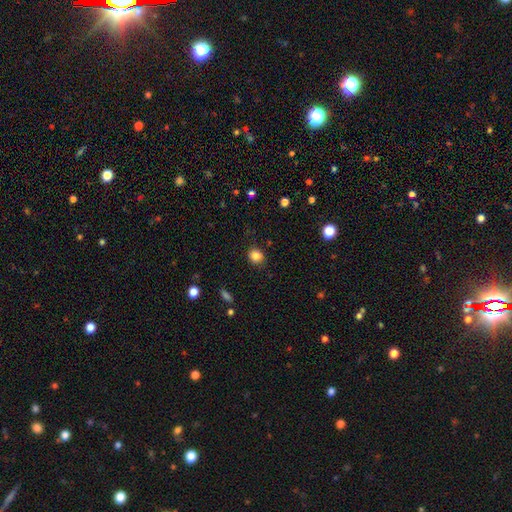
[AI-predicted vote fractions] This appears to be a smooth galaxy with no disk features (85%) that is round (76%). Merging: none (87%).